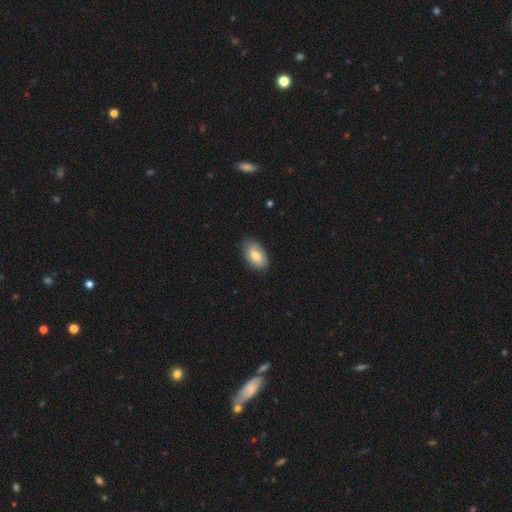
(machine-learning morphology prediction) Smooth or featured?
  - smooth: 73% *
  - featured or disk: 21%
  - star or artifact: 6%
How rounded?
  - in between: 93% *
  - round: 5%
  - cigar-shaped: 2%
Merging?
  - none: 82% *
  - minor disturbance: 15%
  - major disturbance: 3%
  - merger: 1%